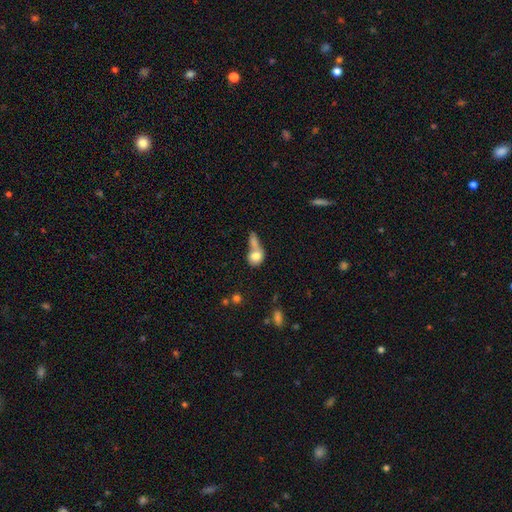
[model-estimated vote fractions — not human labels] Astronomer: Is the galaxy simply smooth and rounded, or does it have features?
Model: smooth — 77%.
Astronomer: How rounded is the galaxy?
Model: round — 60% (runner-up: in between, 38%).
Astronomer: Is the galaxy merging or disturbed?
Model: merger — 62%.